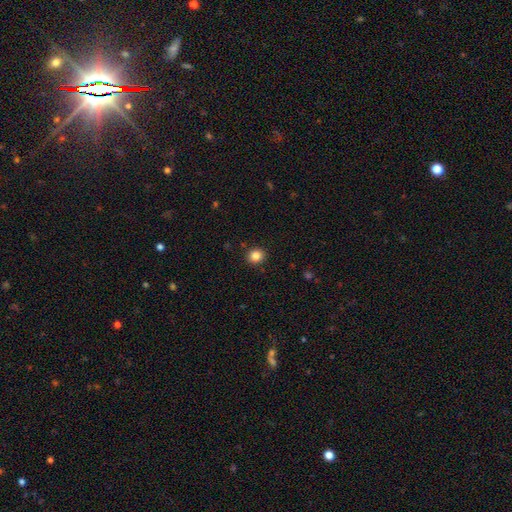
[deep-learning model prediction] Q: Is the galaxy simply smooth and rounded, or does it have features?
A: smooth — 85%.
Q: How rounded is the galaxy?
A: round — 81%.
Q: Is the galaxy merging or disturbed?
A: none — 91%.